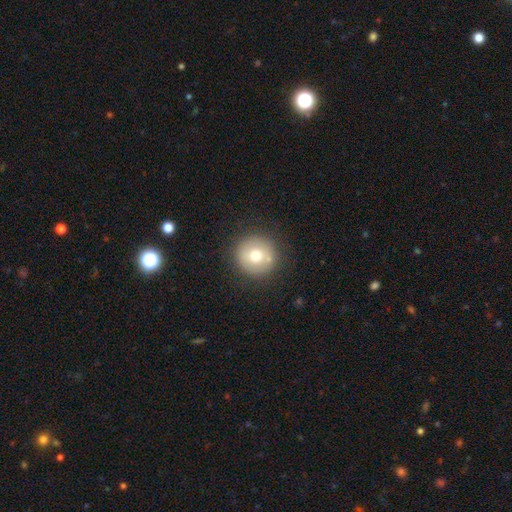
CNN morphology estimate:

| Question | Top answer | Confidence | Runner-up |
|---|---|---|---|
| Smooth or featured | smooth | 69% | featured or disk (20%) |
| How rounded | round | 95% | in between (4%) |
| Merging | none | 85% | minor disturbance (9%) |